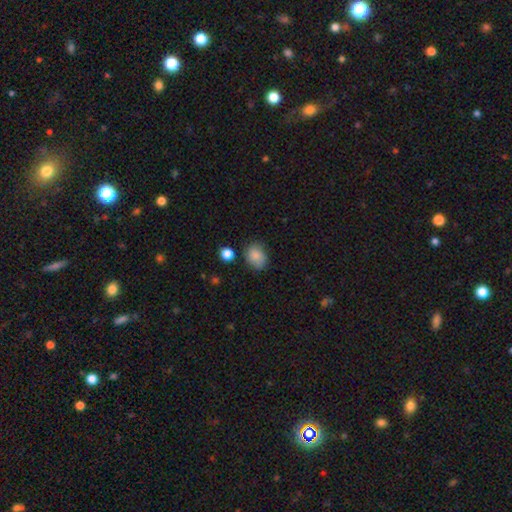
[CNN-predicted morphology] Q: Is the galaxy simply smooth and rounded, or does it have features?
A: smooth — 84%.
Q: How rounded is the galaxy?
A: in between — 56%.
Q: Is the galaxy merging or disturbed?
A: none — 71%.